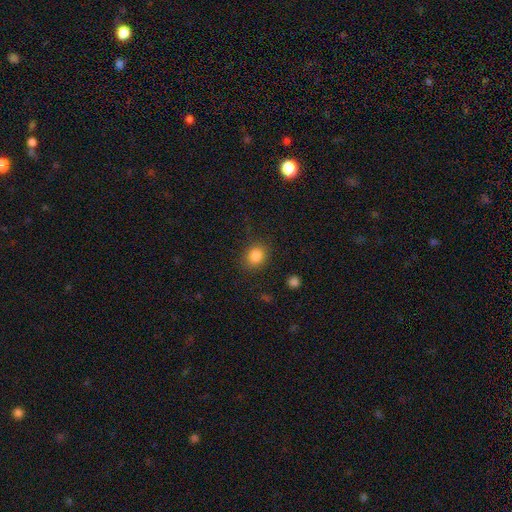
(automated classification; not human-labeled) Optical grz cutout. It shows a smooth galaxy with no disk features (84%) that is round (65%). Merging: none (83%).